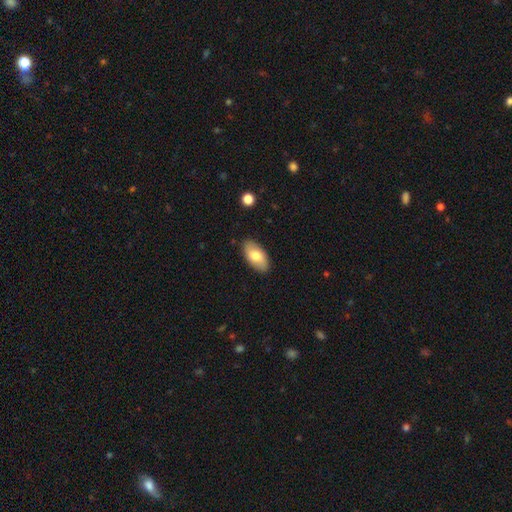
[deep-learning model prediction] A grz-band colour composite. It shows a smooth galaxy with no disk features (71%) that is in between round and cigar-shaped (94%). Merging: none (86%).